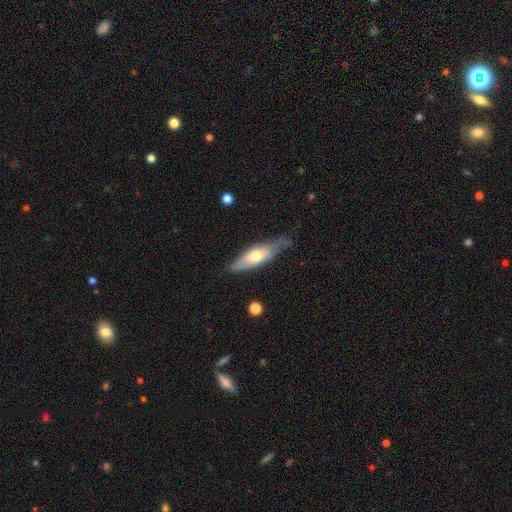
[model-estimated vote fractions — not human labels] Smooth or featured?
  - smooth: 52% *
  - featured or disk: 43%
  - star or artifact: 5%
How rounded?
  - in between: 55% *
  - cigar-shaped: 43%
  - round: 2%
Merging?
  - none: 52% *
  - minor disturbance: 34%
  - major disturbance: 11%
  - merger: 3%